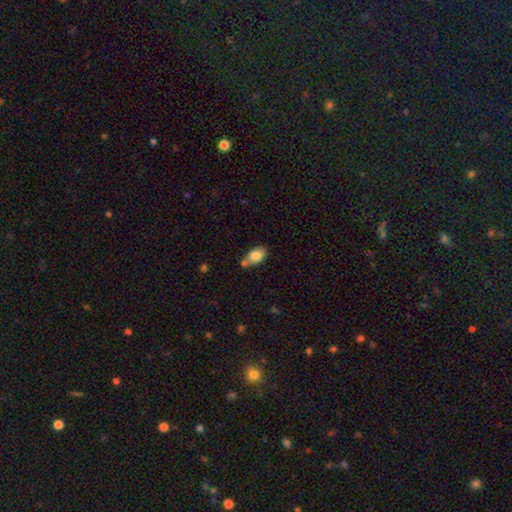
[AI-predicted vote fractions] Q: Smooth or featured?
A: smooth (79%); runner-up: featured or disk (13%)
Q: How rounded?
A: in between (88%); runner-up: round (10%)
Q: Merging?
A: none (53%); runner-up: merger (23%)